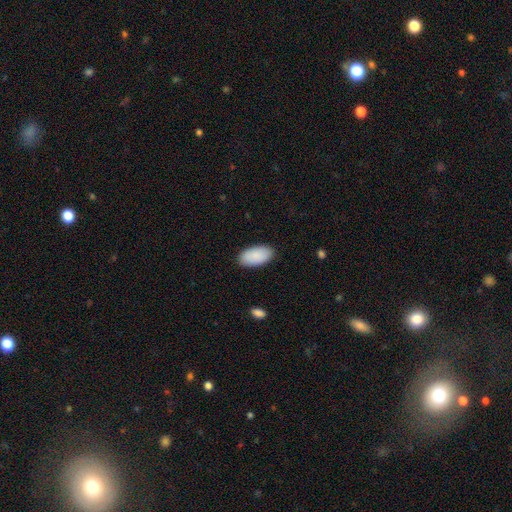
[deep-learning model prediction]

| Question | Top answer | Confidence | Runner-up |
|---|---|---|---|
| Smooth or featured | smooth | 90% | star or artifact (5%) |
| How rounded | in between | 96% | cigar-shaped (2%) |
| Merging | none | 88% | minor disturbance (9%) |